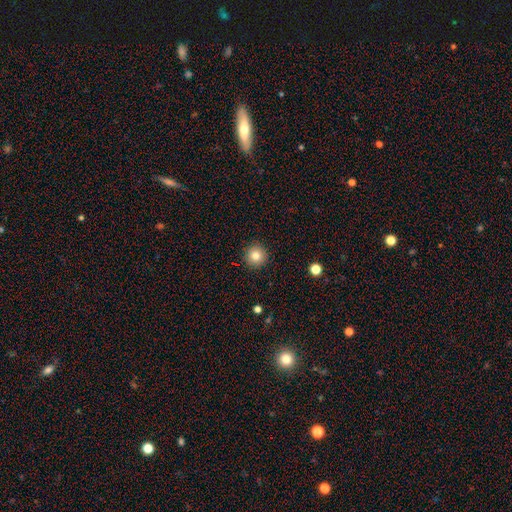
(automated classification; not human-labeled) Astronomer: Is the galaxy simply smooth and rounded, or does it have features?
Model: smooth — 81%.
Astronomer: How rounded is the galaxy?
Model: round — 96%.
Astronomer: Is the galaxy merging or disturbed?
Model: none — 92%.